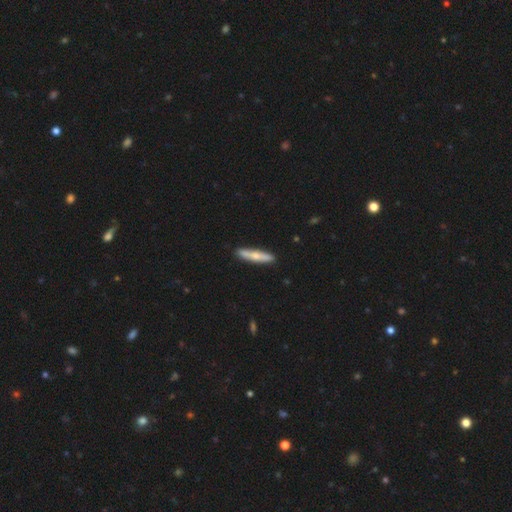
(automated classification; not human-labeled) smooth_or_featured: smooth (p=0.56) [alt: featured or disk p=0.39]
how_rounded: cigar-shaped (p=0.88) [alt: in between p=0.10]
merging: none (p=0.88) [alt: minor disturbance p=0.09]